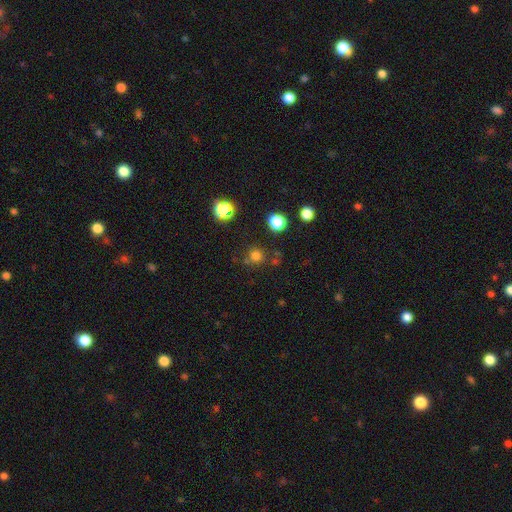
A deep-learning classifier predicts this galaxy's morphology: smooth_or_featured: smooth (p=0.72) [alt: star or artifact p=0.22]
how_rounded: round (p=0.92) [alt: in between p=0.07]
merging: none (p=0.77) [alt: minor disturbance p=0.10]